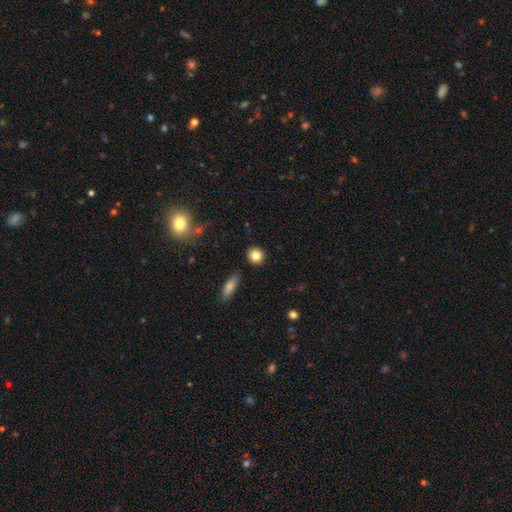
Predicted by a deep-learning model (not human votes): Smooth or featured? smooth (83%)
How rounded? round (87%)
Merging? none (89%)